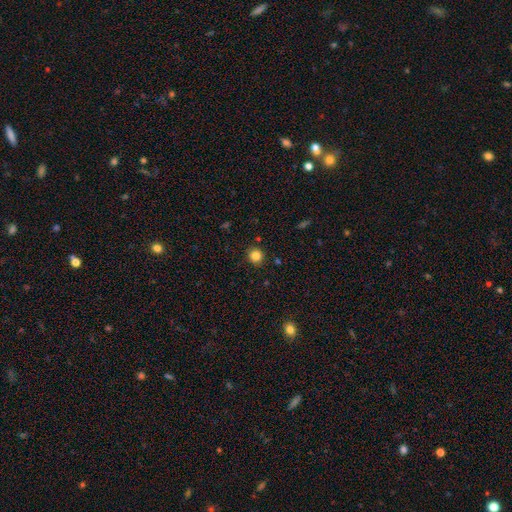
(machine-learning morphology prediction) A smooth galaxy with no disk features (83%) that is round (92%). Merging: none (89%).